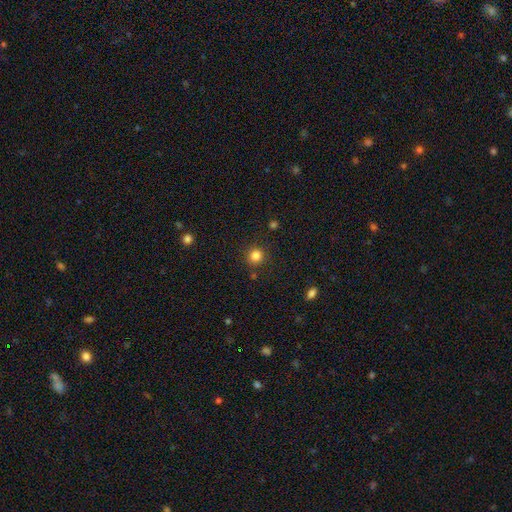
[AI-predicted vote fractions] Q: Smooth or featured?
A: smooth (83%); runner-up: star or artifact (13%)
Q: How rounded?
A: round (93%); runner-up: in between (6%)
Q: Merging?
A: none (88%); runner-up: minor disturbance (7%)